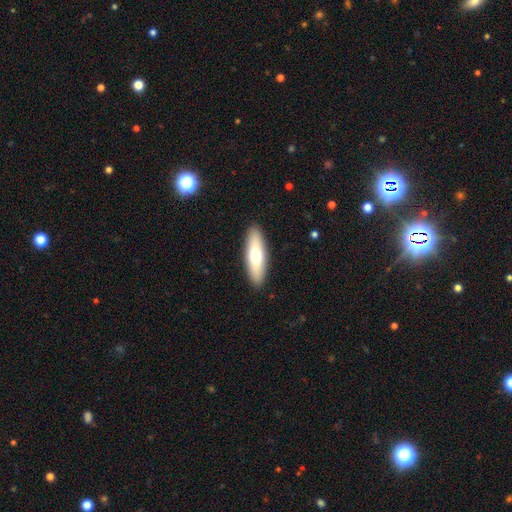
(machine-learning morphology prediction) The model was most divided on "how rounded": cigar-shaped: 50%, in between: 48%, round: 2%. More confident: merging — none (91%); smooth or featured — smooth (67%).